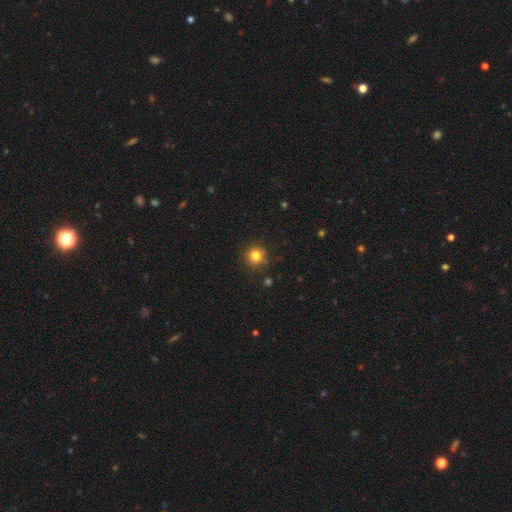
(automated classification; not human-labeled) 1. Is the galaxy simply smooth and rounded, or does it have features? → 81% smooth, 13% star or artifact, 6% featured or disk.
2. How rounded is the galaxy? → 95% round, 4% in between, 1% cigar-shaped.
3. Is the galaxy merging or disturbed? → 90% none, 7% minor disturbance, 2% major disturbance, 1% merger.